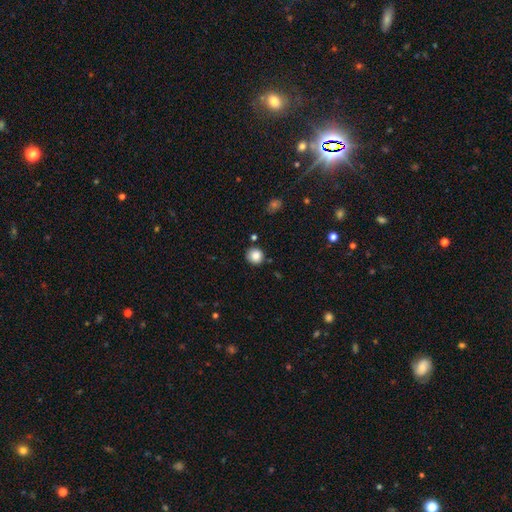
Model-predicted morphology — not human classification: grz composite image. It shows a smooth galaxy with no disk features (85%) that is round (92%). Merging: none (86%).